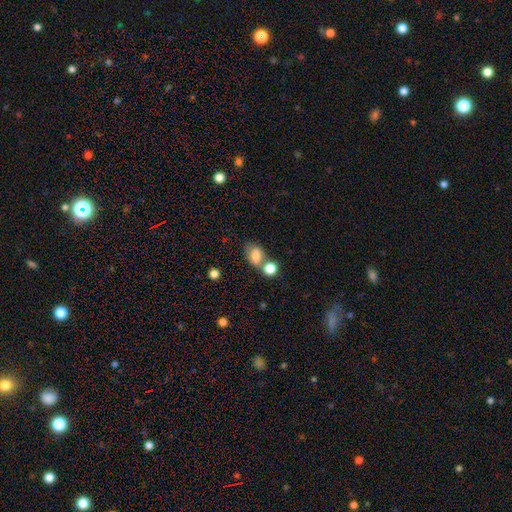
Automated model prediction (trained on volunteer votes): A smooth galaxy with no disk features (73%) that is in between round and cigar-shaped (75%).

Vote fractions:
- Smooth or featured? smooth: 73% / featured or disk: 16% / star or artifact: 11%
- How rounded? in between: 75% / round: 23% / cigar-shaped: 2%
- Merging? none: 43% / merger: 35% / minor disturbance: 15% / major disturbance: 7%